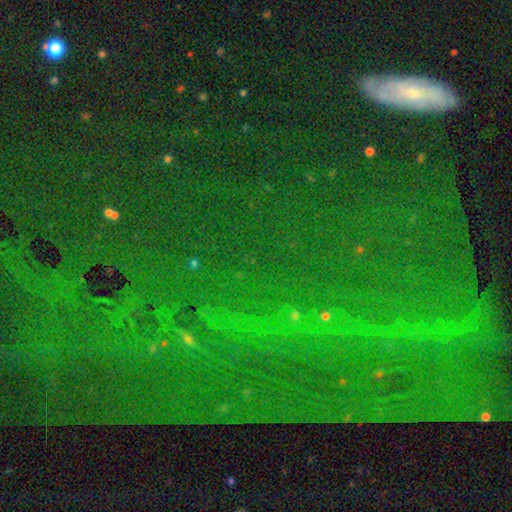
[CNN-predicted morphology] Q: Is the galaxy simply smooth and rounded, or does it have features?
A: star or artifact — 77%.